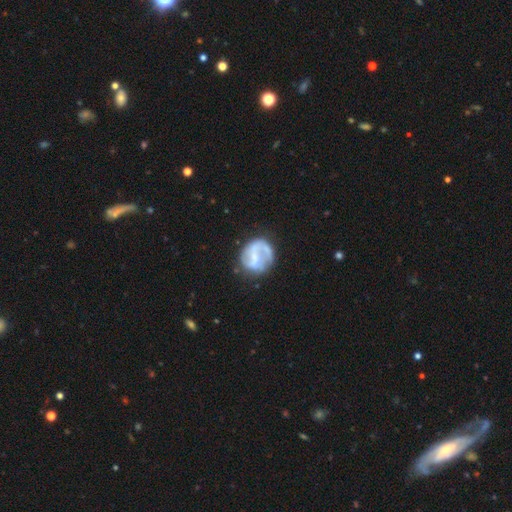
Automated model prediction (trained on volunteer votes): Q: Smooth or featured?
A: featured or disk (62%); runner-up: smooth (31%)
Q: Edge-on disk?
A: no (98%); runner-up: yes (2%)
Q: Bar?
A: weak (42%); runner-up: no (33%)
Q: Spiral arms?
A: yes (66%); runner-up: no (34%)
Q: Bulge size?
A: small (39%); runner-up: none (36%)
Q: Merging?
A: none (58%); runner-up: minor disturbance (23%)